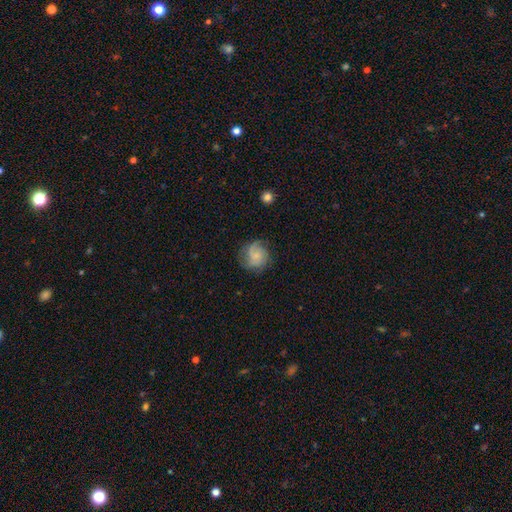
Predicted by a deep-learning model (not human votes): The model was most divided on "spiral winding": medium: 42%, tight: 38%, loose: 20%. Remaining: edge-on disk — no (98%); spiral arms — yes (92%); bar — no (70%); merging — none (69%); smooth or featured — featured or disk (57%); bulge size — small (55%); spiral arm count — 2 (34%).